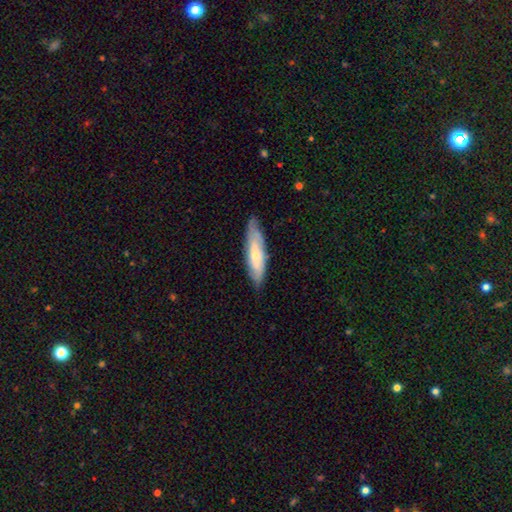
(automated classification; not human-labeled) smooth-or-featured: smooth: 50% | featured or disk: 45% | star or artifact: 6%
  merging: none: 75% | minor disturbance: 19% | major disturbance: 4% | merger: 1%